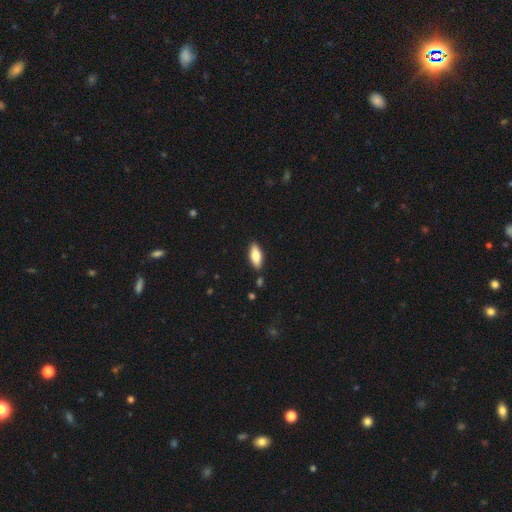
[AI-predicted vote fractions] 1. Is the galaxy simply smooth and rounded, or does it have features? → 74% smooth, 20% featured or disk, 6% star or artifact.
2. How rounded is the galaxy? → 78% in between, 20% cigar-shaped, 2% round.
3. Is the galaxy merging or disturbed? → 86% none, 10% minor disturbance, 2% merger, 2% major disturbance.